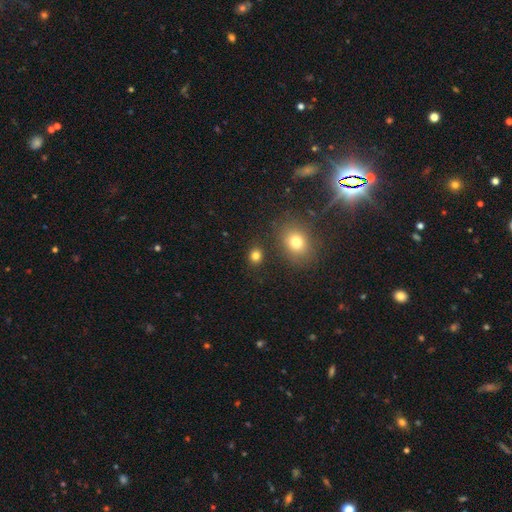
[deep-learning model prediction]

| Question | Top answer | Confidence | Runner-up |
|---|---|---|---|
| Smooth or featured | smooth | 80% | star or artifact (14%) |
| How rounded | round | 69% | in between (30%) |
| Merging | none | 85% | minor disturbance (8%) |